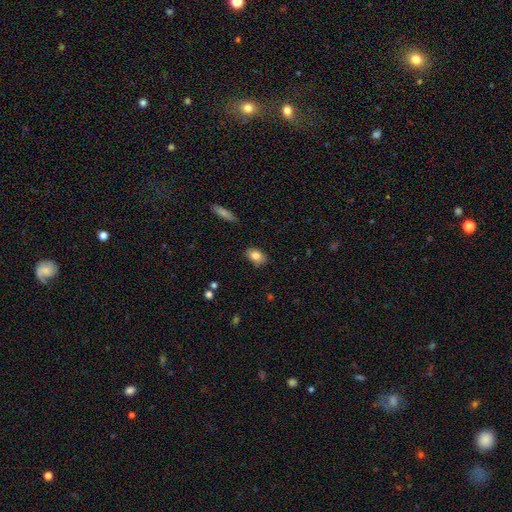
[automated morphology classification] The model was most divided on "how rounded": in between: 81%, round: 17%, cigar-shaped: 2%. More confident: merging — none (84%); smooth or featured — smooth (82%).